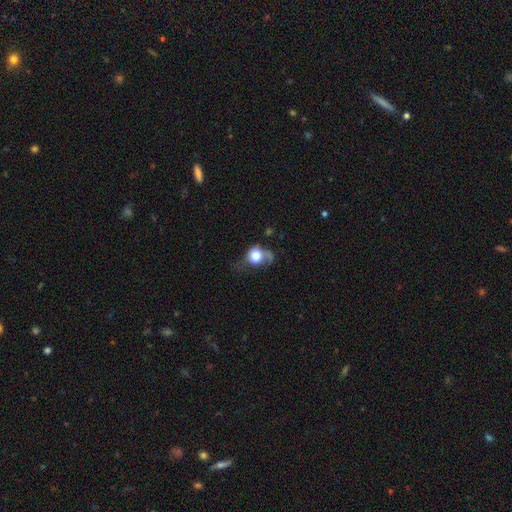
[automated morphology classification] type=smooth (69%); roundness=round (72%); merging=major disturbance (43%).